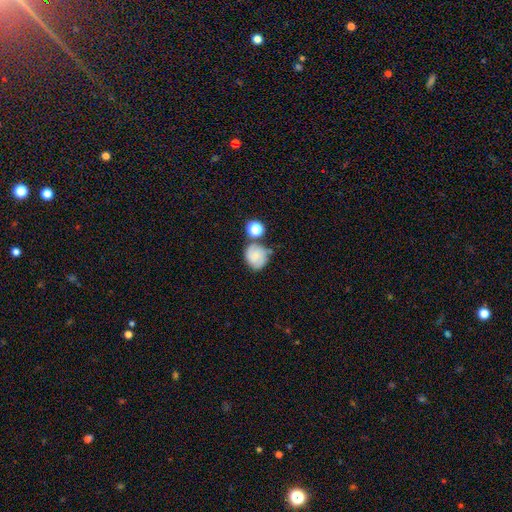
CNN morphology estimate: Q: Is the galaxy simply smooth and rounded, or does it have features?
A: smooth — 58%.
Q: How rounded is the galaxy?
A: round — 73%.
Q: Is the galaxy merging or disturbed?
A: none — 52%.